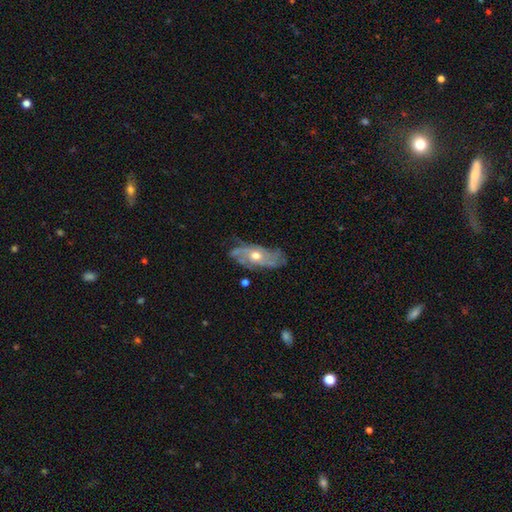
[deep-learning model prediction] The model was most divided on "spiral winding": tight: 40%, medium: 39%, loose: 21%. Remaining: edge-on disk — no (87%); spiral arms — yes (85%); smooth or featured — featured or disk (78%); bar — no (78%); bulge size — moderate (72%); merging — none (69%); spiral arm count — can't tell (40%).